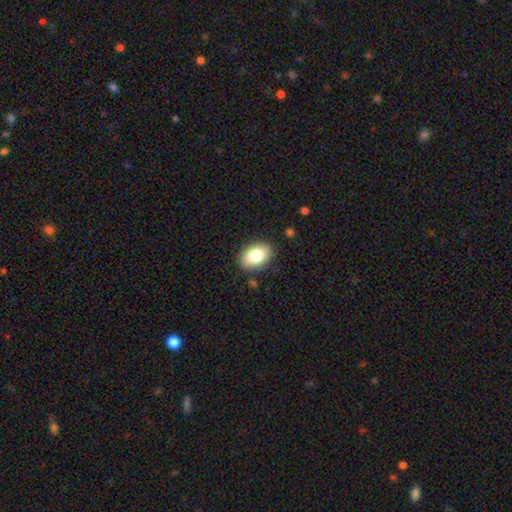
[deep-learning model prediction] Overall: smooth (80%). How rounded: in between (86%). Merging: none (86%).